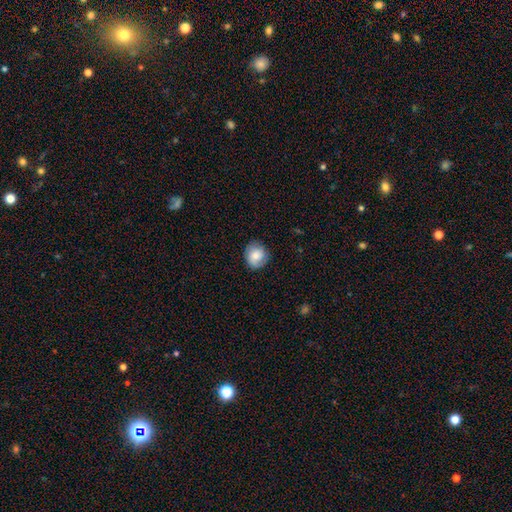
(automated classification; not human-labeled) This is likely a smooth galaxy (75%). How rounded: likely round (78%). Merging: likely none (78%).